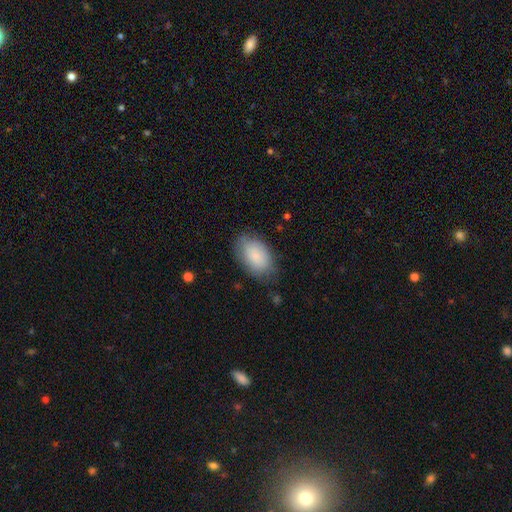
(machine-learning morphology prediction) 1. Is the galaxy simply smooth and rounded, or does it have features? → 84% smooth, 10% featured or disk, 6% star or artifact.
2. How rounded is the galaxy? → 91% in between, 8% round, 1% cigar-shaped.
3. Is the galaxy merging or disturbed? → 72% none, 21% minor disturbance, 6% major disturbance, 1% merger.